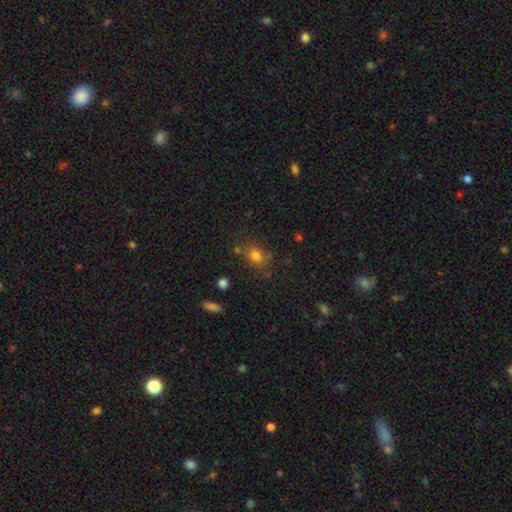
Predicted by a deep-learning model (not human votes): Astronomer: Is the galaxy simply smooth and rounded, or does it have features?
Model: smooth — 78%.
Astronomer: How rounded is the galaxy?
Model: round — 53% (runner-up: in between, 46%).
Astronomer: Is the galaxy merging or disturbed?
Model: none — 70%.